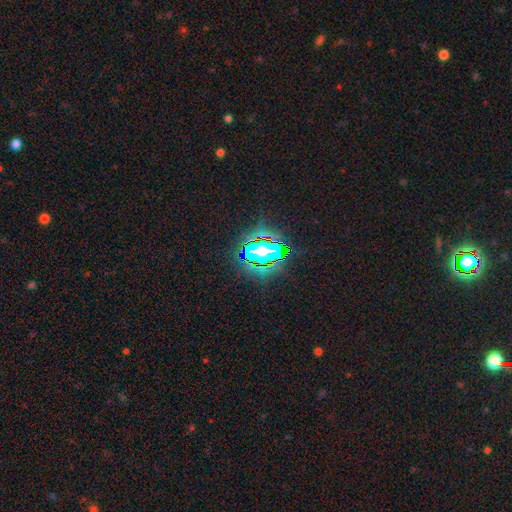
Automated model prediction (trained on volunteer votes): star or artifact 81%, smooth 11%, featured or disk 8%.